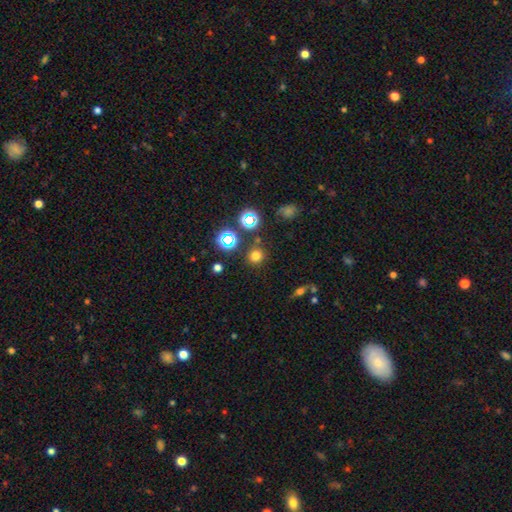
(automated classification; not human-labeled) smooth-or-featured: smooth: 69% | star or artifact: 24% | featured or disk: 7%
  how-rounded: round: 91% | in between: 8% | cigar-shaped: 1%
  merging: none: 84% | minor disturbance: 8% | merger: 5% | major disturbance: 3%